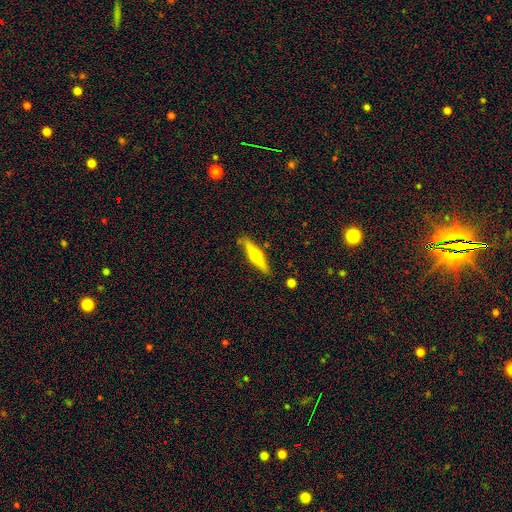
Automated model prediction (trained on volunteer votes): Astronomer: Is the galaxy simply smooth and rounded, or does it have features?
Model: featured or disk — 59% (runner-up: smooth, 36%).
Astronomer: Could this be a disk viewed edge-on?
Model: yes — 96%.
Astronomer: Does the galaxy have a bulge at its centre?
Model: rounded — 93%.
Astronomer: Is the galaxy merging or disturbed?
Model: none — 85%.